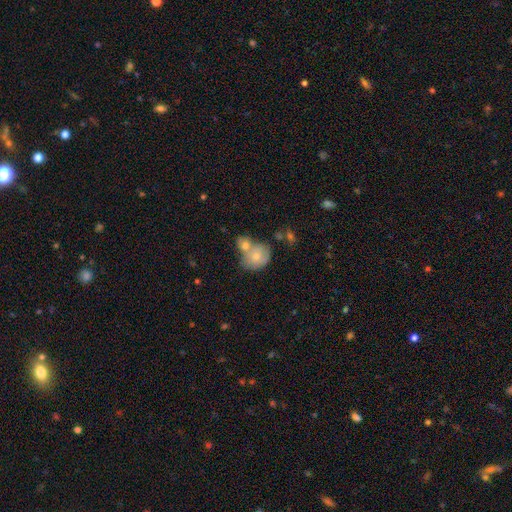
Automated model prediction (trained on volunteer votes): Smooth or featured? smooth (71%)
How rounded? round (64%)
Merging? merger (56%)